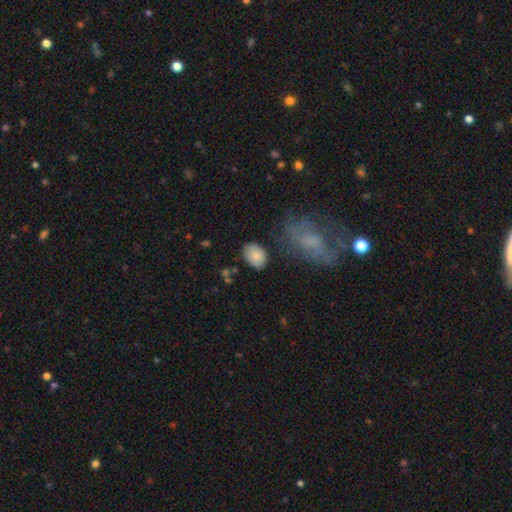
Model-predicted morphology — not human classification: smooth_or_featured: smooth (p=0.84) [alt: featured or disk p=0.09]
how_rounded: in between (p=0.74) [alt: round p=0.25]
merging: none (p=0.72) [alt: minor disturbance p=0.19]